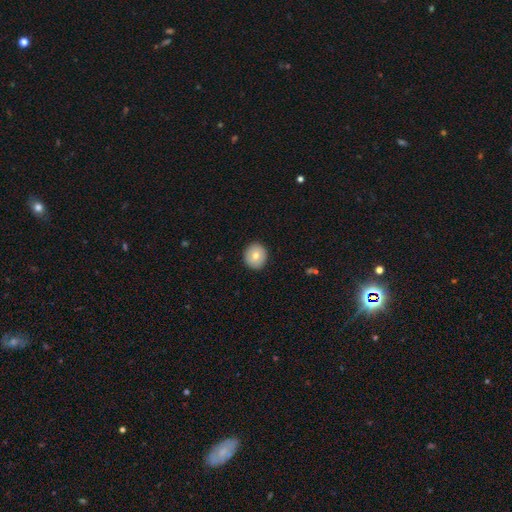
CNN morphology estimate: Overall: smooth (76%). How rounded: round (89%). Merging: none (91%).